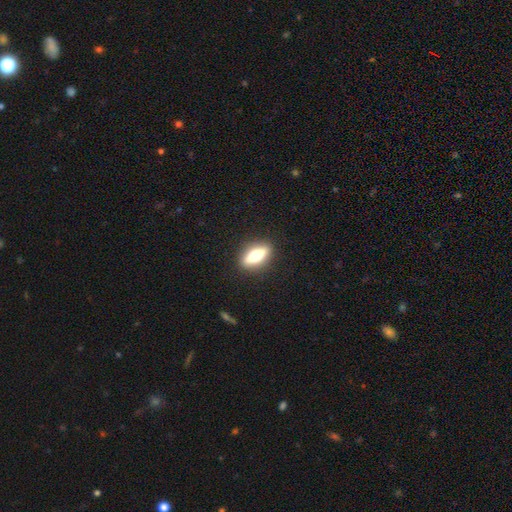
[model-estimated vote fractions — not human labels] Overall: smooth (54%; featured or disk 39%). How rounded: in between (64%; cigar-shaped 31%). Merging: none (89%).